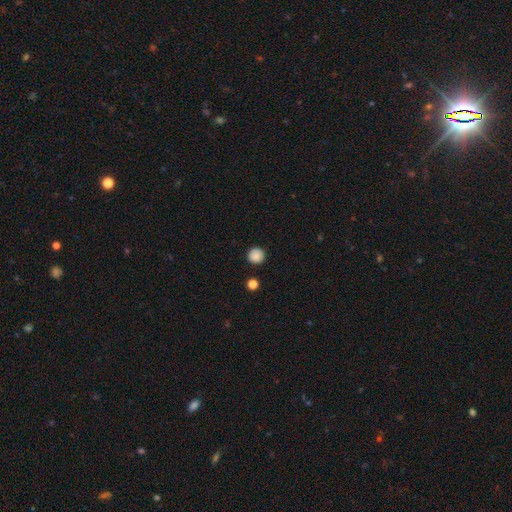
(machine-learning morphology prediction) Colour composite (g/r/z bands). It shows a smooth galaxy with no disk features (86%) that is round (96%). Merging: none (91%).